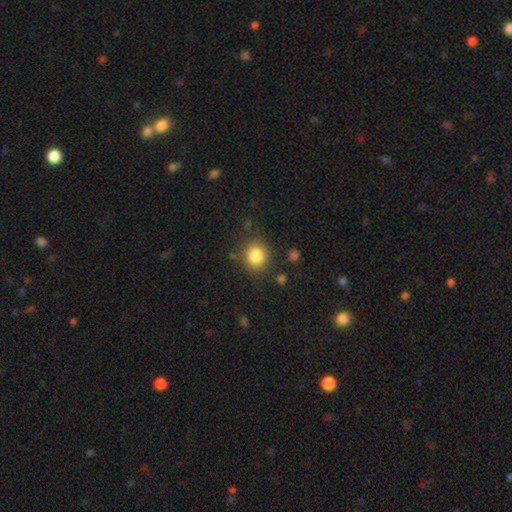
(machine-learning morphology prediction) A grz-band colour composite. It shows a smooth galaxy with no disk features (84%) that is round (83%). Merging: none (84%).